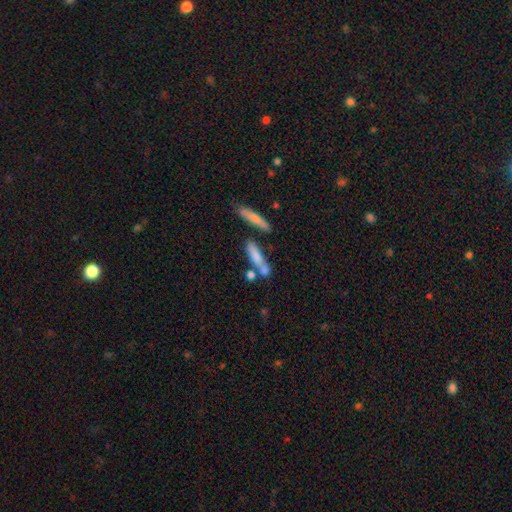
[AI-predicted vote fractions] This is likely a smooth galaxy (71%). How rounded: likely cigar-shaped (67%). Merging: possibly none (50%).